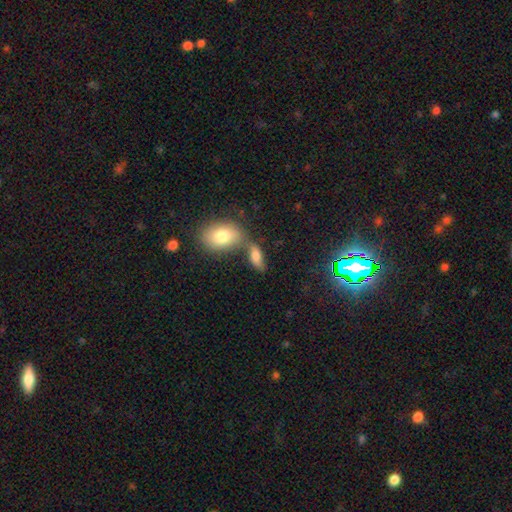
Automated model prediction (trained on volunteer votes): smooth_or_featured: smooth (p=0.67) [alt: featured or disk p=0.21]
how_rounded: in between (p=0.82) [alt: cigar-shaped p=0.12]
merging: none (p=0.39) [alt: merger p=0.38]